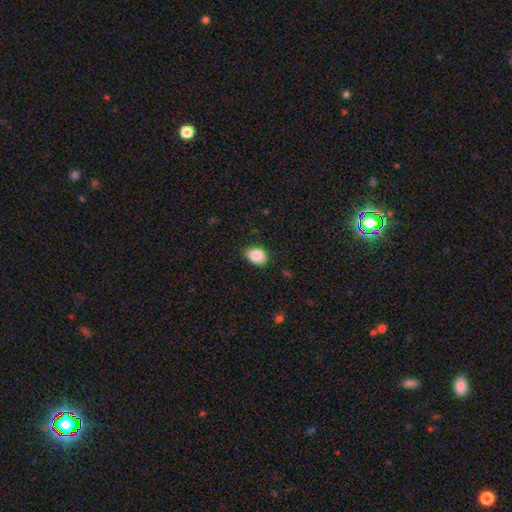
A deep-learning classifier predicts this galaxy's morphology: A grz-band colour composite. It shows a smooth galaxy with no disk features (87%) that is in between round and cigar-shaped (71%). Merging: none (81%).